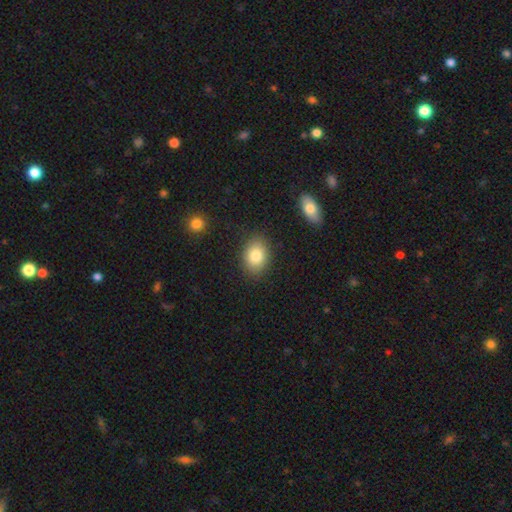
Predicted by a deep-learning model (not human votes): Smooth or featured: smooth — 83% (featured or disk — 9%)
How rounded: in between — 76% (round — 23%)
Merging: none — 85% (minor disturbance — 10%)